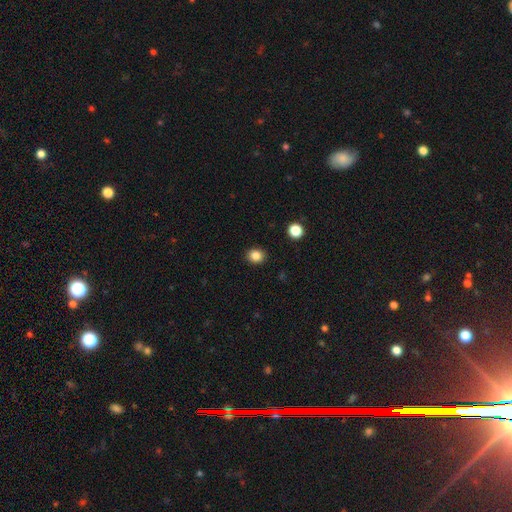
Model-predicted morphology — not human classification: Smooth or featured: smooth — 84% (star or artifact — 11%)
How rounded: round — 75% (in between — 24%)
Merging: none — 91% (minor disturbance — 6%)